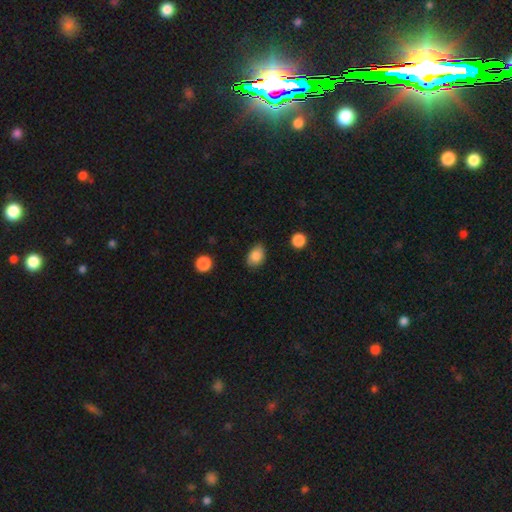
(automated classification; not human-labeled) Smooth or featured? smooth (85%)
How rounded? in between (78%)
Merging? none (80%)